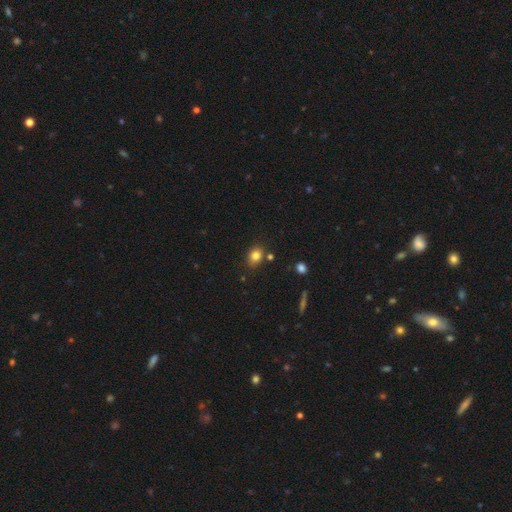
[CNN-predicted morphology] Overall: smooth (81%). How rounded: in between (56%; round 43%). Merging: none (77%).